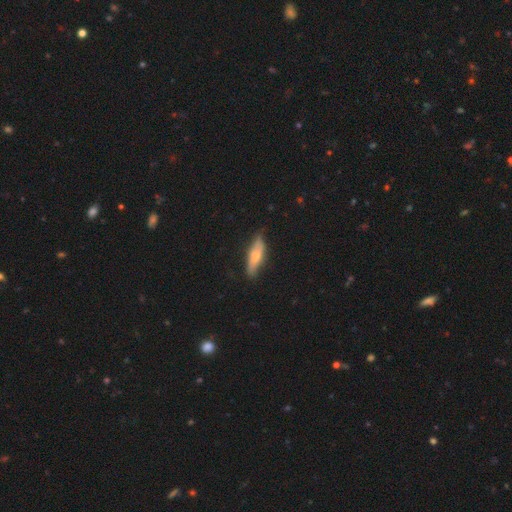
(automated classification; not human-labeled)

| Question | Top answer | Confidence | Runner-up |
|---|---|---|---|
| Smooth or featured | smooth | 58% | featured or disk (36%) |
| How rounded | cigar-shaped | 54% | in between (44%) |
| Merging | none | 73% | minor disturbance (21%) |